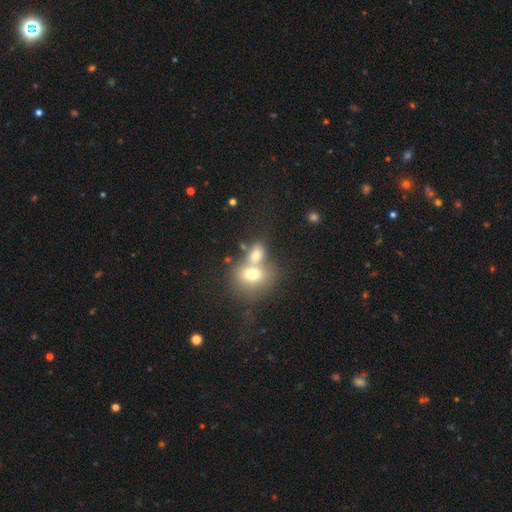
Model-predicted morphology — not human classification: A smooth galaxy with no disk features (69%) that is in between round and cigar-shaped (51%). Merging: merger (62%).